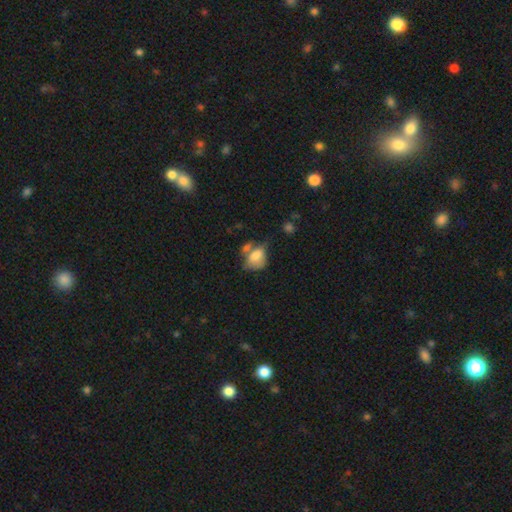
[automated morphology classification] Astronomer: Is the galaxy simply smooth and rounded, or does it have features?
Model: smooth — 71%.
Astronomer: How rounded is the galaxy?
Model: in between — 70%.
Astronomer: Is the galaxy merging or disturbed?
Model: merger — 32% (runner-up: none, 29%).